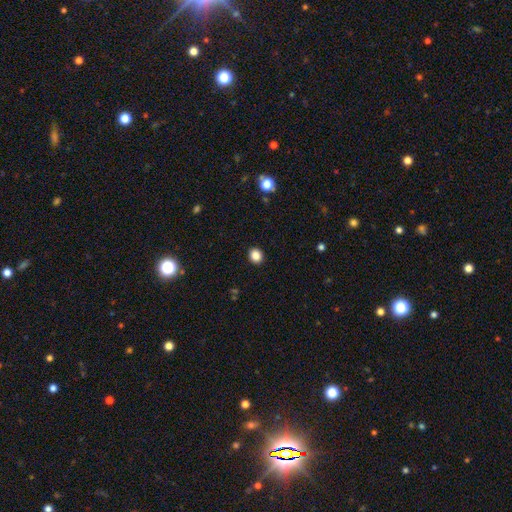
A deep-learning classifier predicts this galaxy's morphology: smooth-or-featured: smooth: 86% | star or artifact: 11% | featured or disk: 3%
  how-rounded: round: 82% | in between: 17% | cigar-shaped: 1%
  merging: none: 92% | minor disturbance: 5% | major disturbance: 2% | merger: 1%